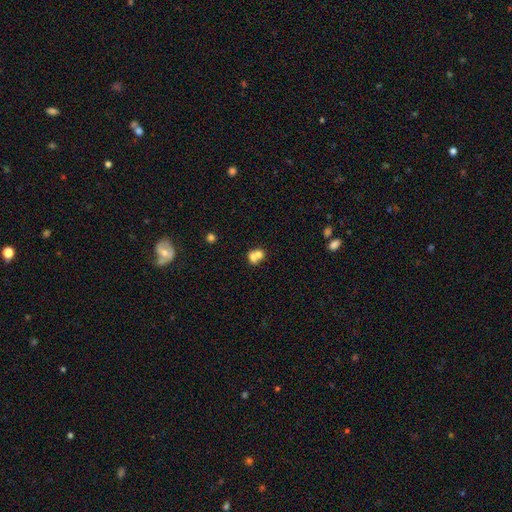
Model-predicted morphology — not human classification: type=smooth (68%); roundness=round (66%); merging=merger (66%).